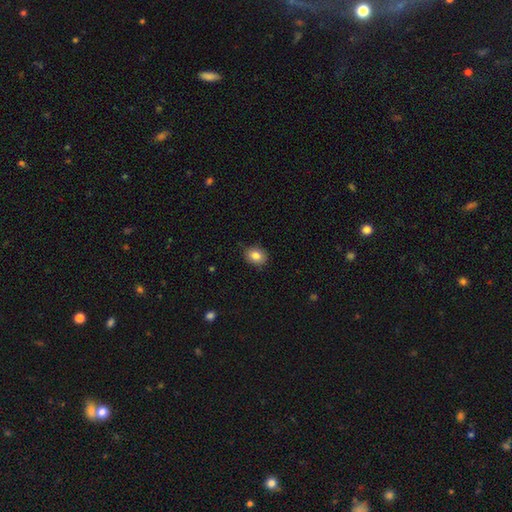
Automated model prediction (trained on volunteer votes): This is clearly a smooth galaxy (83%). How rounded: possibly round (52%). Merging: clearly none (85%).